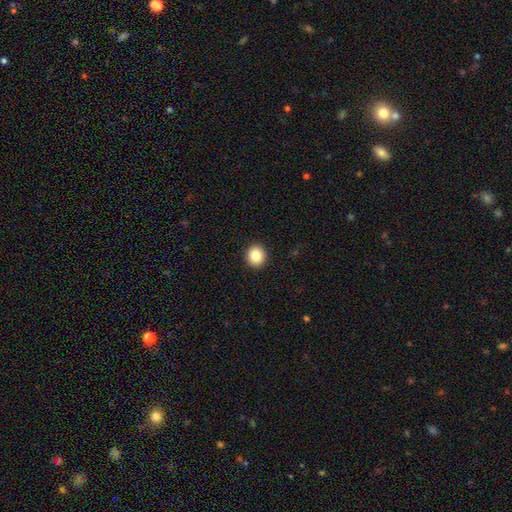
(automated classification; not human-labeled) A smooth galaxy with no disk features (86%) that is round (88%). Merging: none (93%).